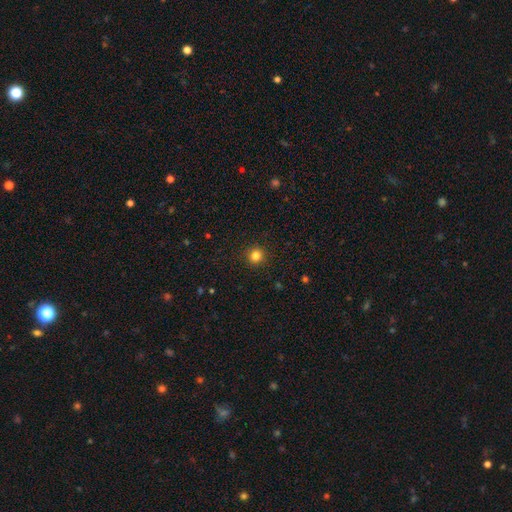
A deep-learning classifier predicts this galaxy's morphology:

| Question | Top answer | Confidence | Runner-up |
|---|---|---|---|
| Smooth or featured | smooth | 82% | star or artifact (13%) |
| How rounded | round | 94% | in between (5%) |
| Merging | none | 92% | minor disturbance (5%) |